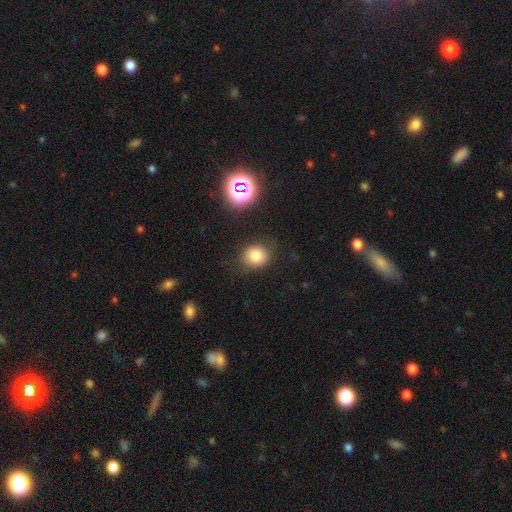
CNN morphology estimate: smooth-or-featured: smooth: 78% | star or artifact: 14% | featured or disk: 8%
  how-rounded: round: 75% | in between: 24% | cigar-shaped: 1%
  merging: none: 83% | minor disturbance: 11% | major disturbance: 4% | merger: 2%